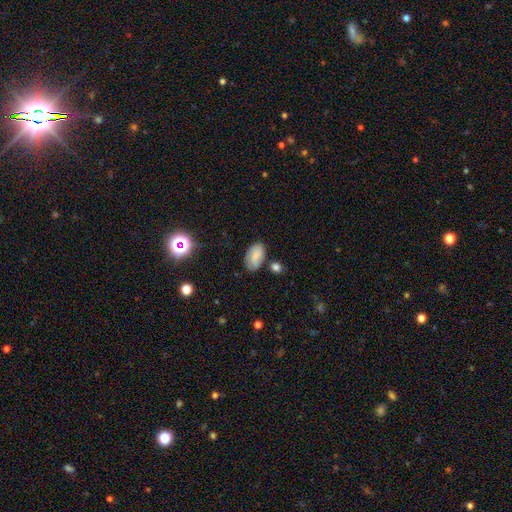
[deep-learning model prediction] smooth_or_featured: smooth (p=0.78) [alt: featured or disk p=0.13]
how_rounded: in between (p=0.93) [alt: round p=0.06]
merging: none (p=0.68) [alt: minor disturbance p=0.20]